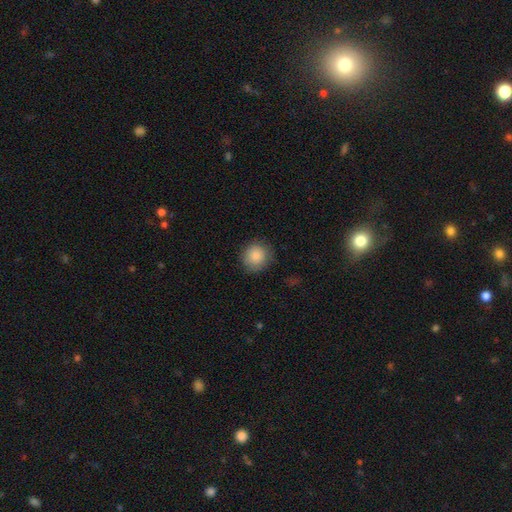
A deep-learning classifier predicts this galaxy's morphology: smooth 87%, star or artifact 8%, featured or disk 5%. Down the decision tree: how rounded — round (90%); merging — none (85%).